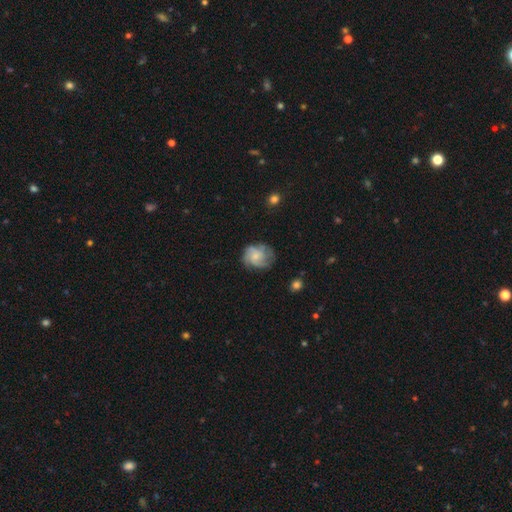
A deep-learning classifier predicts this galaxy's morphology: A featured or disk galaxy (61%) with no bar (73%), 3 (37%) medium (43%) spiral arms (90%) and a small central bulge (45%).

Vote fractions:
- Smooth or featured? featured or disk: 61% / smooth: 31% / star or artifact: 8%
- Edge-on disk? no: 98% / yes: 2%
- Bar? no: 73% / weak: 24% / strong: 3%
- Spiral arms? yes: 90% / no: 10%
- Spiral winding? medium: 43% / tight: 38% / loose: 19%
- Spiral arm count? 3: 37% / can't tell: 24% / 4: 17% / 2: 12% / 1: 5% / more than 4: 5%
- Bulge size? small: 45% / moderate: 30% / none: 17% / large: 6% / dominant: 1%
- Merging? none: 66% / minor disturbance: 22% / major disturbance: 10% / merger: 2%